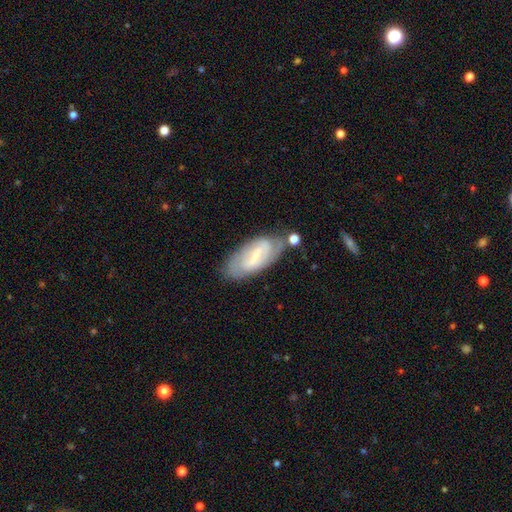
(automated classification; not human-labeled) Smooth or featured: featured or disk — 63% (smooth — 29%)
Edge-on disk: no — 90% (yes — 10%)
Bar: strong — 44% (weak — 41%)
Spiral arms: yes — 78% (no — 22%)
Bulge size: small — 58% (moderate — 25%)
Merging: none — 66% (minor disturbance — 20%)